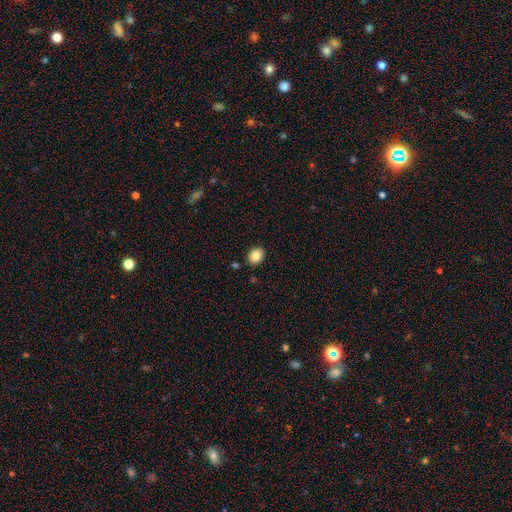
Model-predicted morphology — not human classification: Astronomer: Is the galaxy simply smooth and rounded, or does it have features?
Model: smooth — 84%.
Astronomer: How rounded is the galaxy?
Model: round — 62%.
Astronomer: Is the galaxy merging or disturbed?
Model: none — 88%.